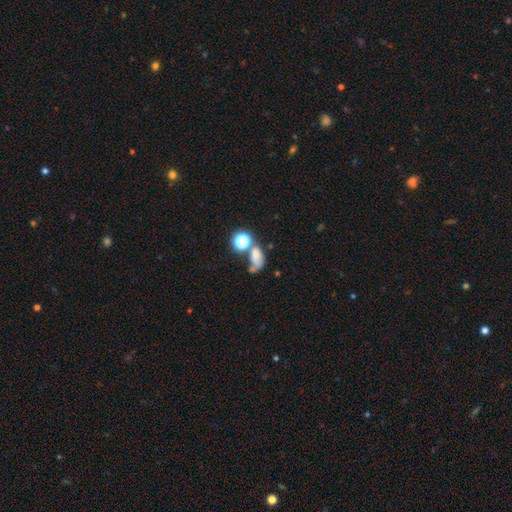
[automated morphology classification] smooth_or_featured: smooth (p=0.61) [alt: star or artifact p=0.20]
how_rounded: in between (p=0.73) [alt: round p=0.24]
merging: merger (p=0.39) [alt: none p=0.27]